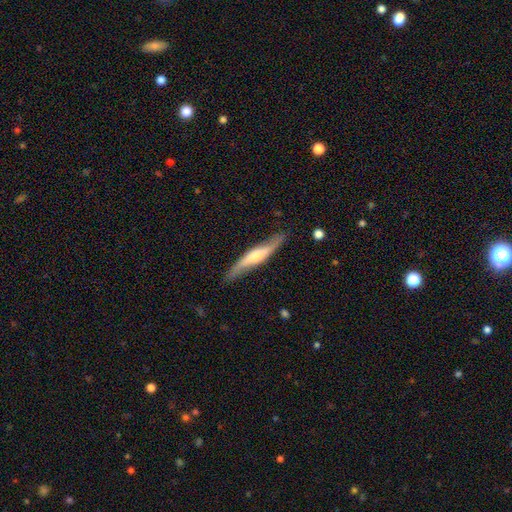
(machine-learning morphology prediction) Smooth or featured?
  - featured or disk: 66% *
  - smooth: 29%
  - star or artifact: 5%
Edge-on disk?
  - yes: 73% *
  - no: 27%
Merging?
  - none: 81% *
  - minor disturbance: 14%
  - major disturbance: 3%
  - merger: 2%